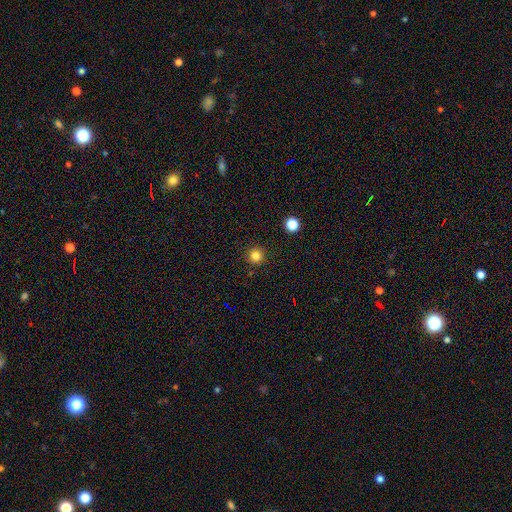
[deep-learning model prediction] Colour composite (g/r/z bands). It shows a smooth galaxy with no disk features (82%) that is round (95%). Merging: none (90%).